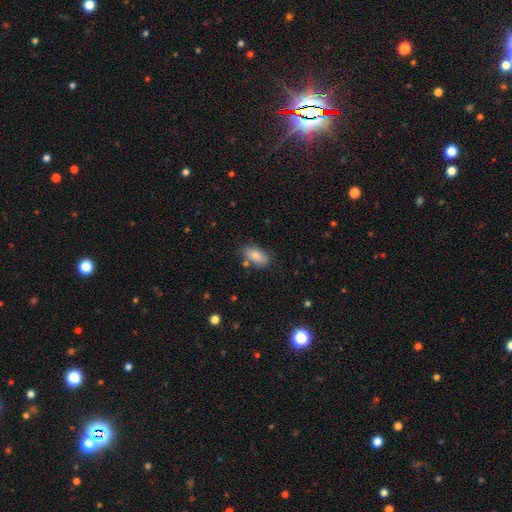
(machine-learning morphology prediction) Q: Smooth or featured?
A: smooth (84%); runner-up: featured or disk (8%)
Q: How rounded?
A: in between (92%); runner-up: cigar-shaped (4%)
Q: Merging?
A: none (73%); runner-up: minor disturbance (17%)